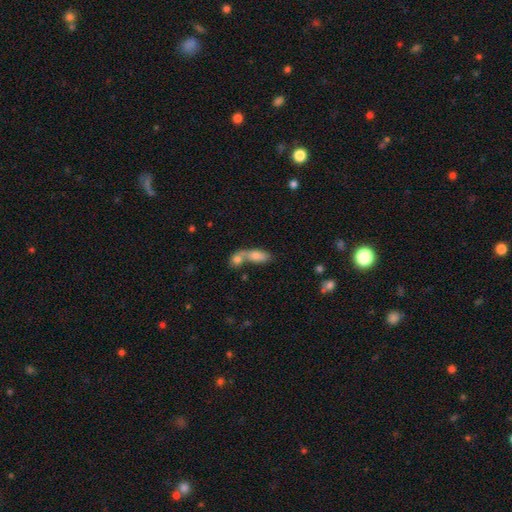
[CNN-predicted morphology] smooth-or-featured: smooth: 78% | featured or disk: 14% | star or artifact: 8%
  how-rounded: in between: 81% | cigar-shaped: 12% | round: 7%
  merging: merger: 65% | none: 22% | minor disturbance: 7% | major disturbance: 5%